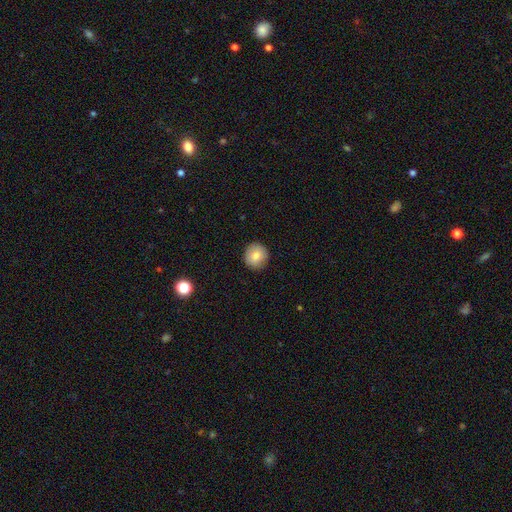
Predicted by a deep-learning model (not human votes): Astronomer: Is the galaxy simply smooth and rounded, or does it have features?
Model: smooth — 80%.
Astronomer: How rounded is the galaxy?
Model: round — 94%.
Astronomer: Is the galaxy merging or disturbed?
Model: none — 91%.